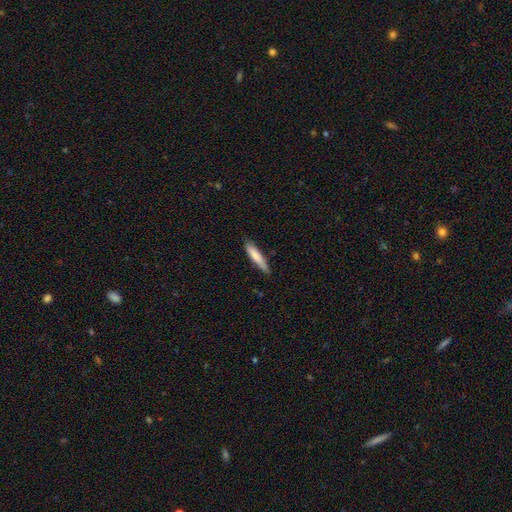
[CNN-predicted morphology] smooth-or-featured: smooth: 78% | featured or disk: 16% | star or artifact: 6%
  how-rounded: cigar-shaped: 86% | in between: 13% | round: 1%
  merging: none: 78% | minor disturbance: 18% | major disturbance: 2% | merger: 1%